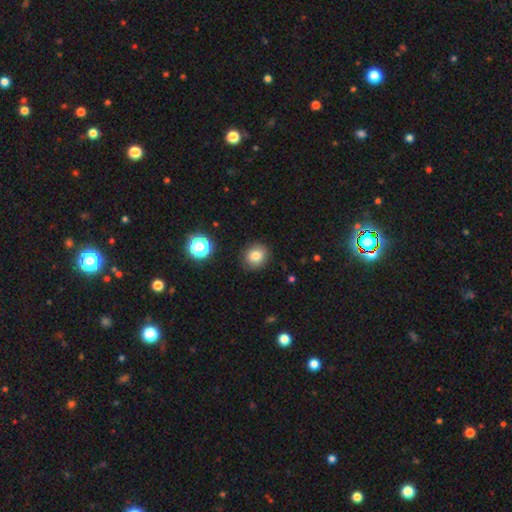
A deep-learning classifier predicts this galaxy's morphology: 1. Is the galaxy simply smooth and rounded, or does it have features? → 81% smooth, 12% star or artifact, 7% featured or disk.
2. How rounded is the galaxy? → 77% round, 22% in between, 1% cigar-shaped.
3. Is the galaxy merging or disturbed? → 89% none, 8% minor disturbance, 2% major disturbance, 1% merger.